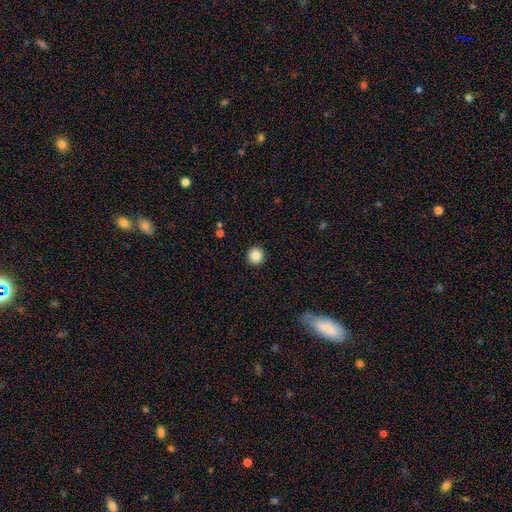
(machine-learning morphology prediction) Smooth or featured: smooth — 85% (star or artifact — 10%)
How rounded: round — 96% (in between — 3%)
Merging: none — 93% (minor disturbance — 5%)